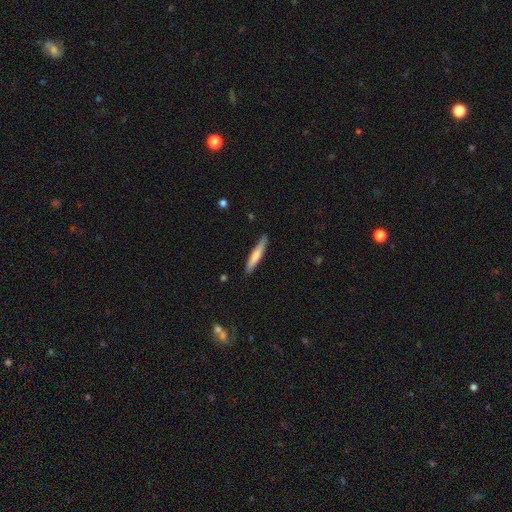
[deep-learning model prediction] Smooth or featured?
  - smooth: 66% *
  - featured or disk: 28%
  - star or artifact: 5%
How rounded?
  - cigar-shaped: 91% *
  - in between: 8%
  - round: 1%
Merging?
  - none: 85% *
  - minor disturbance: 12%
  - major disturbance: 2%
  - merger: 1%